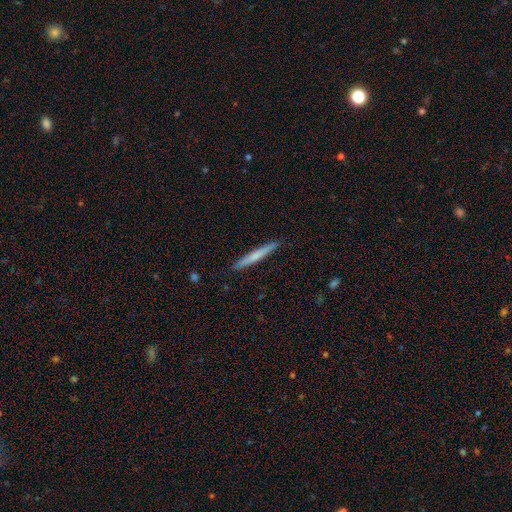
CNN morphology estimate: smooth 62%, featured or disk 33%, star or artifact 5%. Down the decision tree: how rounded — cigar-shaped (96%); merging — none (91%).